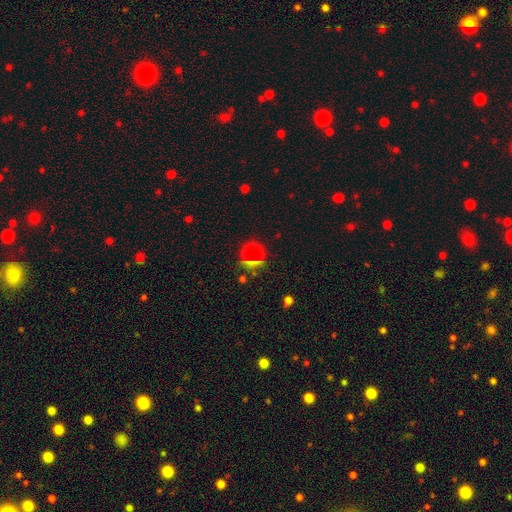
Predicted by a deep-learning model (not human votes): Smooth or featured: smooth — 62% (star or artifact — 31%)
How rounded: round — 88% (in between — 10%)
Merging: none — 77% (minor disturbance — 11%)